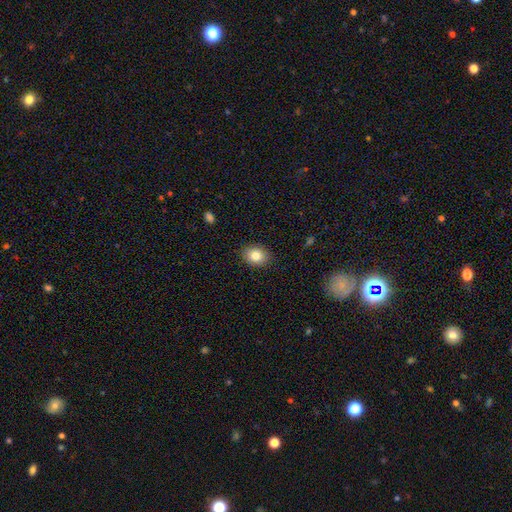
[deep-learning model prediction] A smooth galaxy with no disk features (83%) that is in between round and cigar-shaped (59%). Merging: none (88%).